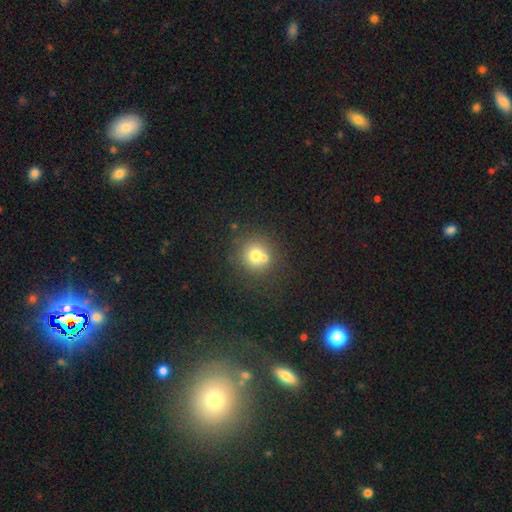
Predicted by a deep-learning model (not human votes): Morphology: type=smooth (70%); roundness=round (90%); merging=none (59%).